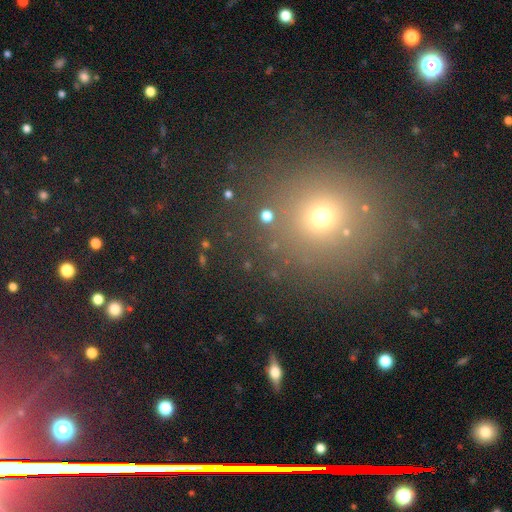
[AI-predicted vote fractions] Smooth or featured? smooth (51%)
How rounded? round (86%)
Merging? none (85%)